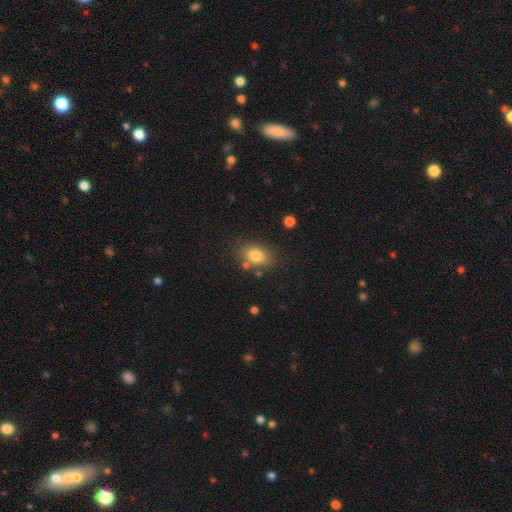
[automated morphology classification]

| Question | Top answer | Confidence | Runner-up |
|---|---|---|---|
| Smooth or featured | smooth | 80% | star or artifact (10%) |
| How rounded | in between | 74% | round (24%) |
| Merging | none | 75% | minor disturbance (14%) |